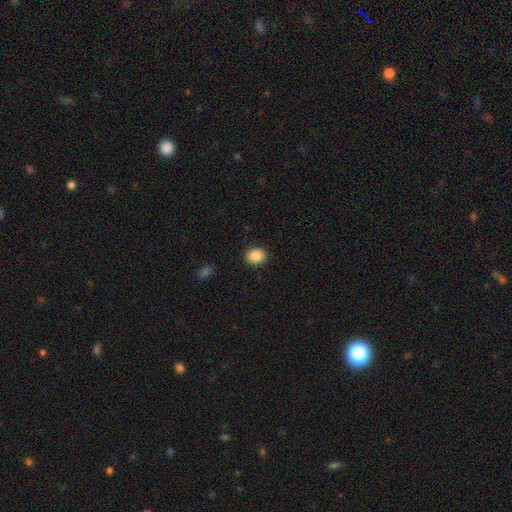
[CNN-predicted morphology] type=smooth (88%); roundness=round (55%); merging=none (90%).